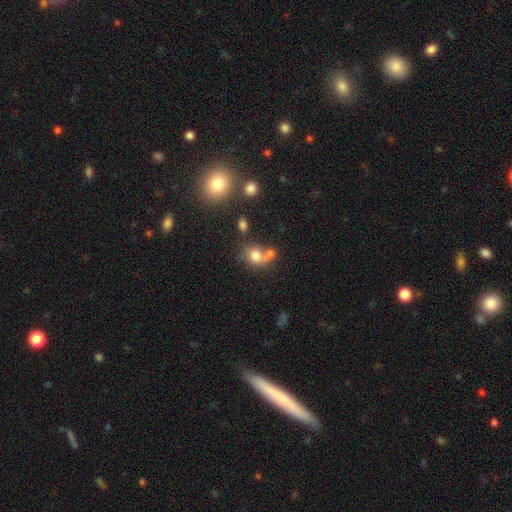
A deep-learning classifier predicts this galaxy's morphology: Smooth or featured: smooth — 74% (featured or disk — 14%)
How rounded: round — 64% (in between — 35%)
Merging: merger — 40% (none — 38%)